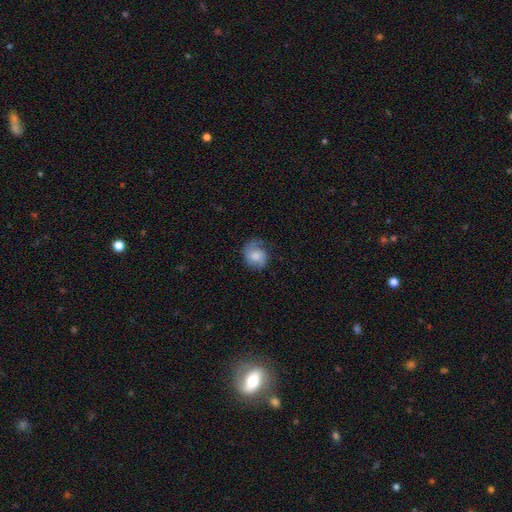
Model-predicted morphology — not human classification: smooth-or-featured: featured or disk: 49% | smooth: 43% | star or artifact: 8%
  merging: none: 64% | minor disturbance: 23% | major disturbance: 12% | merger: 1%